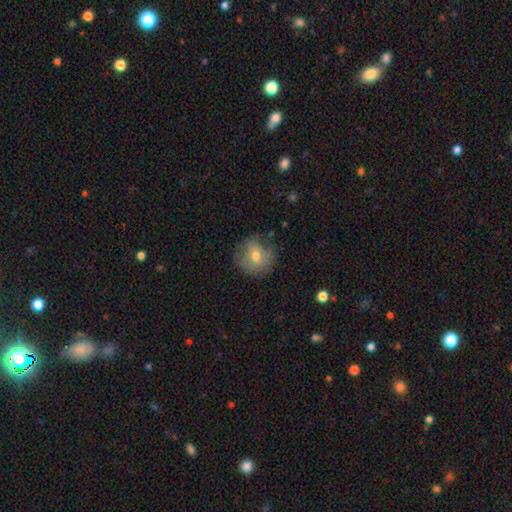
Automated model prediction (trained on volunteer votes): Smooth or featured?
  - smooth: 61% *
  - featured or disk: 30%
  - star or artifact: 9%
How rounded?
  - round: 83% *
  - in between: 16%
  - cigar-shaped: 1%
Merging?
  - none: 66% *
  - minor disturbance: 23%
  - major disturbance: 9%
  - merger: 2%